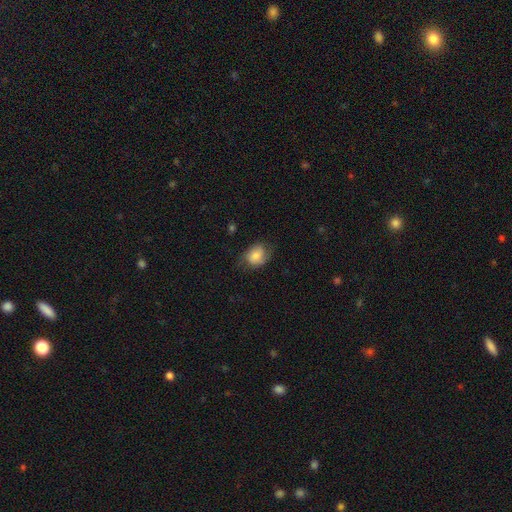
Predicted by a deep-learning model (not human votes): Smooth or featured? smooth (77%)
How rounded? in between (54%)
Merging? none (63%)